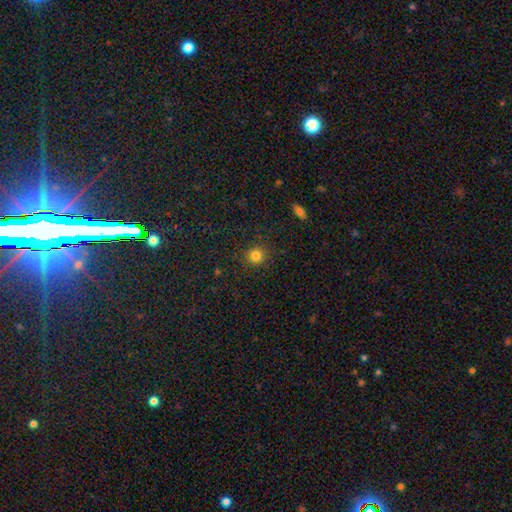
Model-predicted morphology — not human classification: smooth-or-featured: smooth: 81% | star or artifact: 14% | featured or disk: 5%
  how-rounded: round: 92% | in between: 7% | cigar-shaped: 1%
  merging: none: 89% | minor disturbance: 7% | major disturbance: 3% | merger: 1%